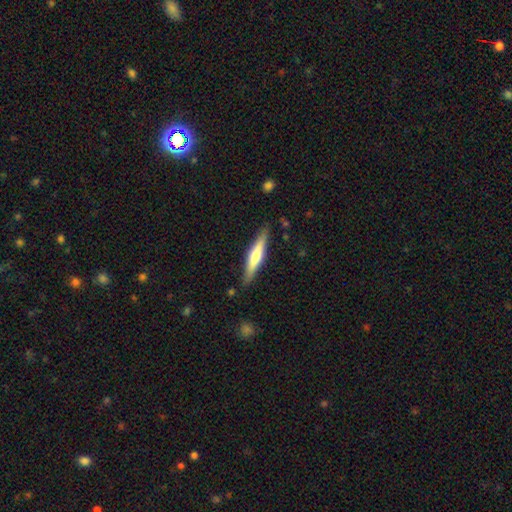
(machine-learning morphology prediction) Q: Smooth or featured?
A: featured or disk (52%); runner-up: smooth (43%)
Q: Edge-on disk?
A: yes (95%); runner-up: no (5%)
Q: Merging?
A: none (87%); runner-up: minor disturbance (9%)